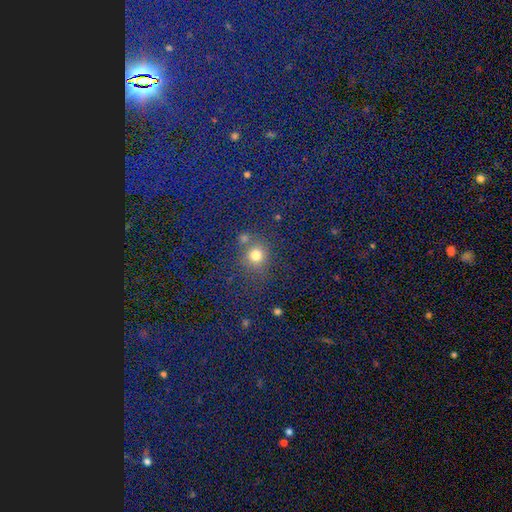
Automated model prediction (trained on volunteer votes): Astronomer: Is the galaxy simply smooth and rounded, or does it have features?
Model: smooth — 71%.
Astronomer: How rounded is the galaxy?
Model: round — 87%.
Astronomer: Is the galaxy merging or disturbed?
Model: none — 63%.